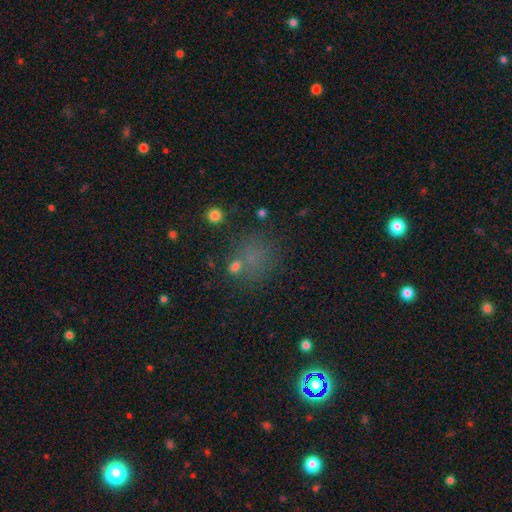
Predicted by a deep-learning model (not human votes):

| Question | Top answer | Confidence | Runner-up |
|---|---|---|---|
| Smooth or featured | smooth | 50% | star or artifact (38%) |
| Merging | none | 65% | minor disturbance (14%) |